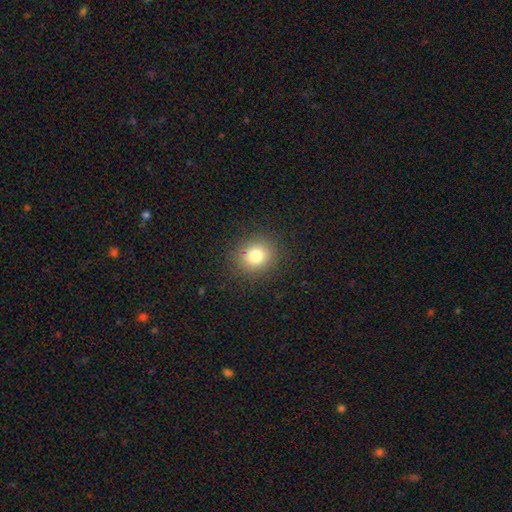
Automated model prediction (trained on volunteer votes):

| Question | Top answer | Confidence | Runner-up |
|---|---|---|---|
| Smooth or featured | smooth | 80% | star or artifact (12%) |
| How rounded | round | 81% | in between (18%) |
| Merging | none | 89% | minor disturbance (7%) |